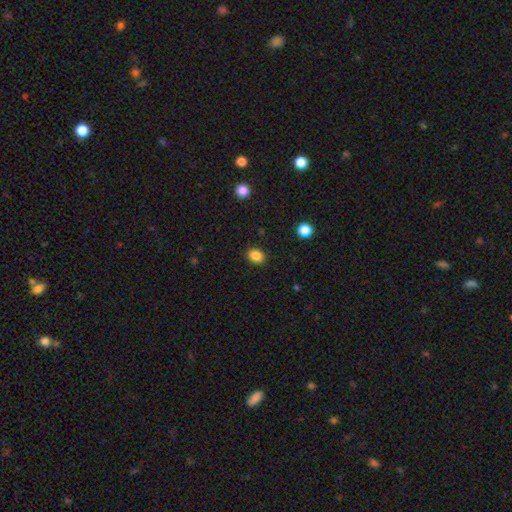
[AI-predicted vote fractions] Morphology: type=smooth (86%); roundness=in between (62%); merging=none (89%).